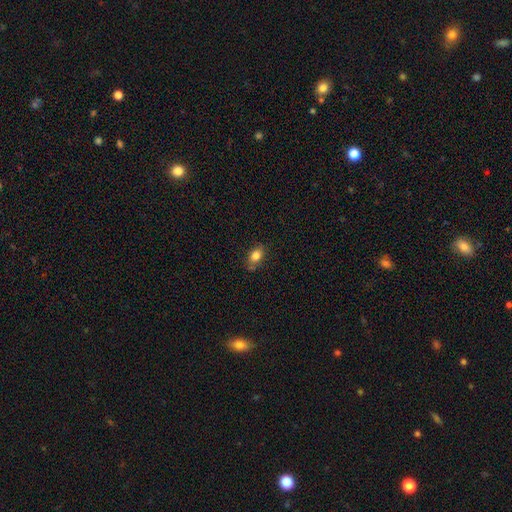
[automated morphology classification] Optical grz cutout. It shows a smooth galaxy with no disk features (81%) that is in between round and cigar-shaped (81%). Merging: none (75%).